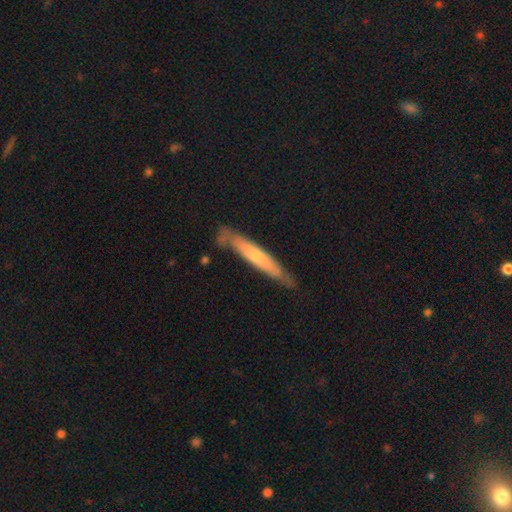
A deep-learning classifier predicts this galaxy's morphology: Smooth or featured? Predicted: smooth (p=0.48). Merging? Predicted: none (p=0.71).